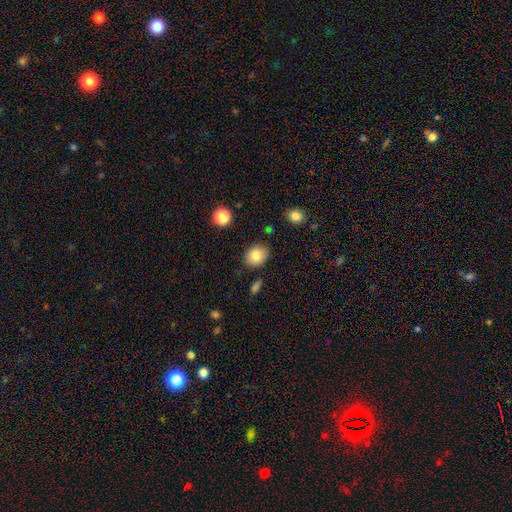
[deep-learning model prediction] Smooth or featured: smooth — 83% (featured or disk — 9%)
How rounded: in between — 57% (round — 42%)
Merging: none — 85% (minor disturbance — 10%)